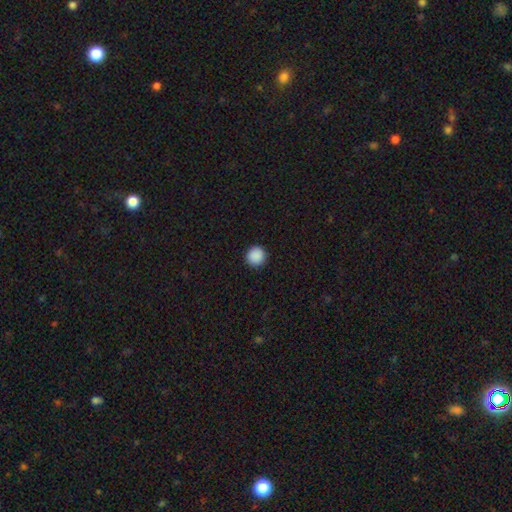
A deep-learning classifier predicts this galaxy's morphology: Smooth or featured: smooth — 89% (star or artifact — 9%)
How rounded: round — 96% (in between — 3%)
Merging: none — 93% (minor disturbance — 4%)